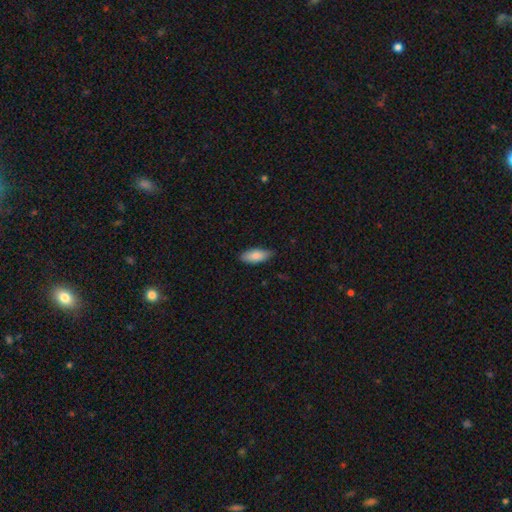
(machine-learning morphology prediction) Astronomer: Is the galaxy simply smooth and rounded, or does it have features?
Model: smooth — 85%.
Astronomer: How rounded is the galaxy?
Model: in between — 83%.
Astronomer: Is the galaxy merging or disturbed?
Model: none — 82%.